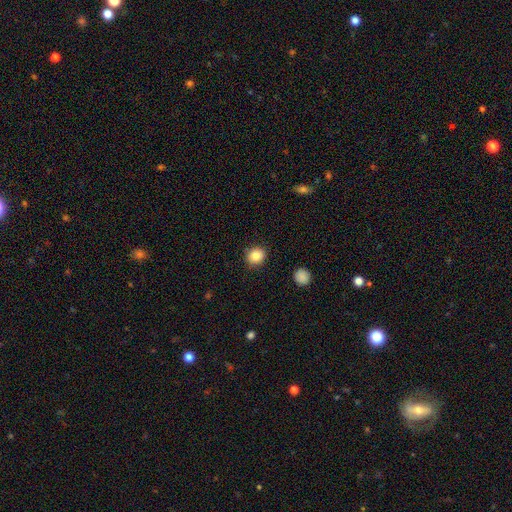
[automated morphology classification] Overall: smooth (86%). How rounded: round (81%). Merging: none (89%).